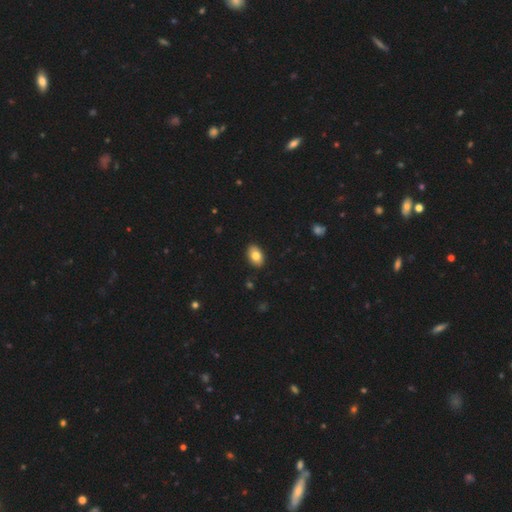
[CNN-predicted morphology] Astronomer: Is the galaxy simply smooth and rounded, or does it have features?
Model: smooth — 81%.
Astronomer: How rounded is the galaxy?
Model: in between — 89%.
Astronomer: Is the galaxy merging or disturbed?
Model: none — 90%.